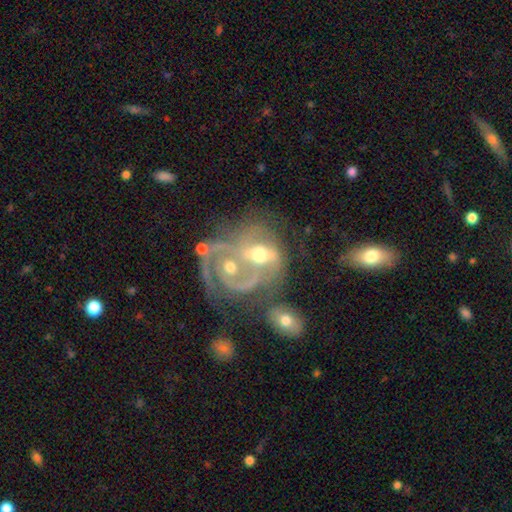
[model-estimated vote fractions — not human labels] featured or disk 78%, smooth 14%, star or artifact 9%. Down the decision tree: edge-on disk — no (97%); bar — no (61%); spiral arms — yes (80%); spiral arm count — 2 (35%); spiral winding — tight (41%); bulge size — moderate (66%); merging — merger (55%).